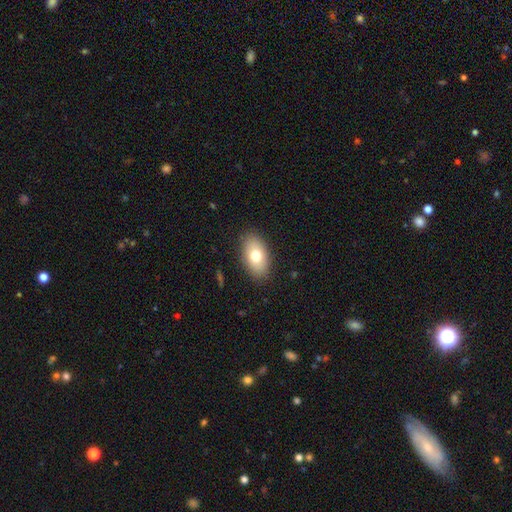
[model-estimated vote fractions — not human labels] Morphology: type=smooth (73%); roundness=in between (91%); merging=none (86%).